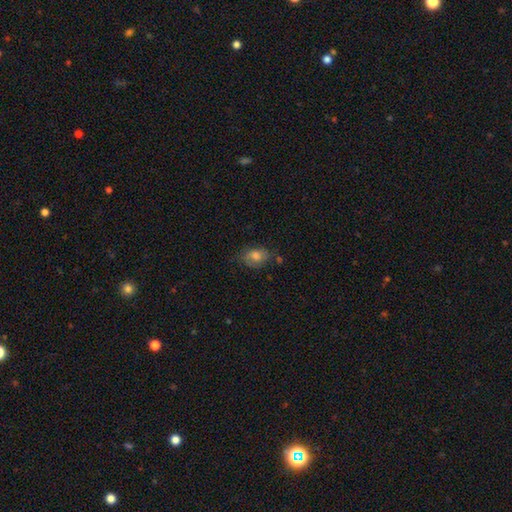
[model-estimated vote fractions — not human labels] Morphology: type=smooth (63%); roundness=in between (78%); merging=none (62%).